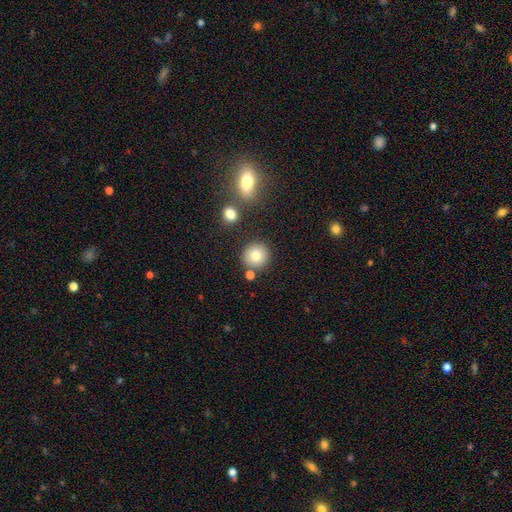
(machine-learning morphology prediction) smooth_or_featured: smooth (p=0.79) [alt: star or artifact p=0.11]
how_rounded: round (p=0.92) [alt: in between p=0.07]
merging: none (p=0.82) [alt: minor disturbance p=0.08]